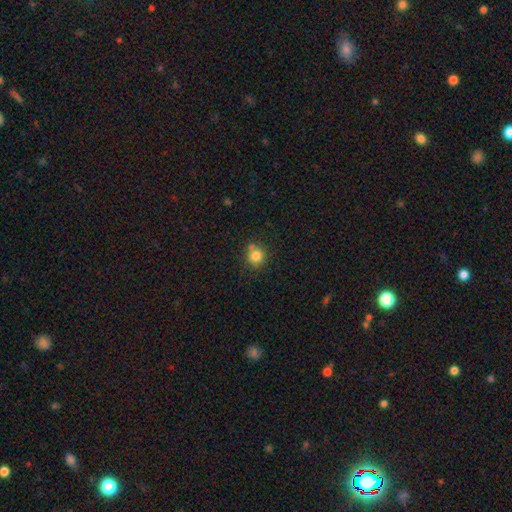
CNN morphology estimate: This is clearly a smooth galaxy (82%). How rounded: clearly round (86%). Merging: likely none (73%).